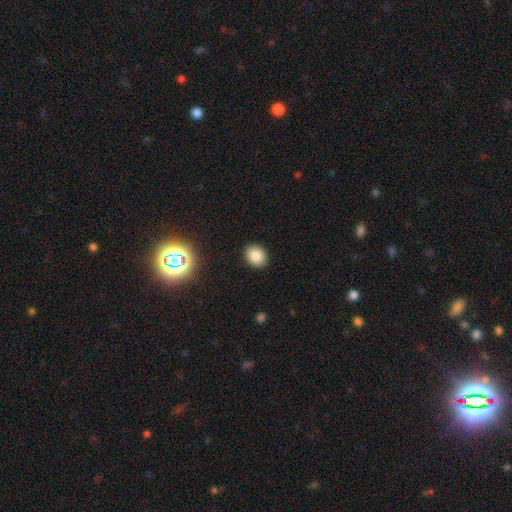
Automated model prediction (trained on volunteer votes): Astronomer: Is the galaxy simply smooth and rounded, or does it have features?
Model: smooth — 83%.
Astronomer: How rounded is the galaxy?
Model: round — 54% (runner-up: in between, 45%).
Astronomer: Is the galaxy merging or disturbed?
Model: none — 90%.